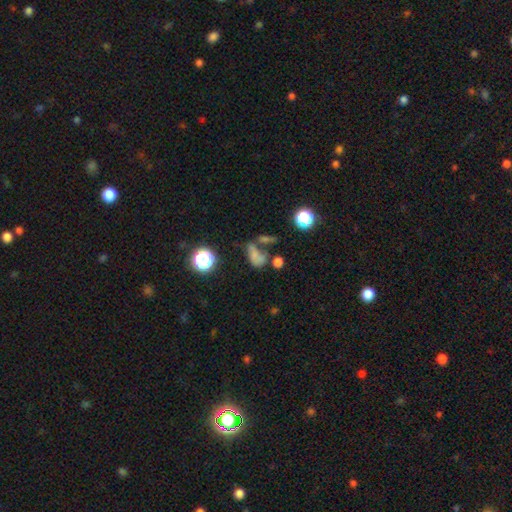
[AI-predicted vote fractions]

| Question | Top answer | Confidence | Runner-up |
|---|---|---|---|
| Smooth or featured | smooth | 61% | star or artifact (21%) |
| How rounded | in between | 71% | round (24%) |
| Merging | merger | 37% | none (26%) |